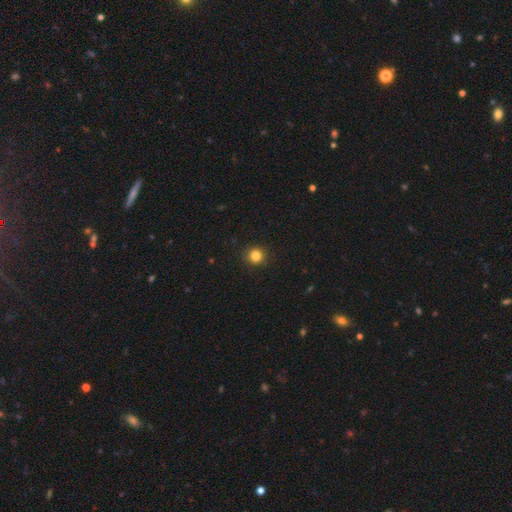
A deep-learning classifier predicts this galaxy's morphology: Smooth or featured? Predicted: smooth (p=0.84). How rounded? Predicted: round (p=0.93). Merging? Predicted: none (p=0.92).